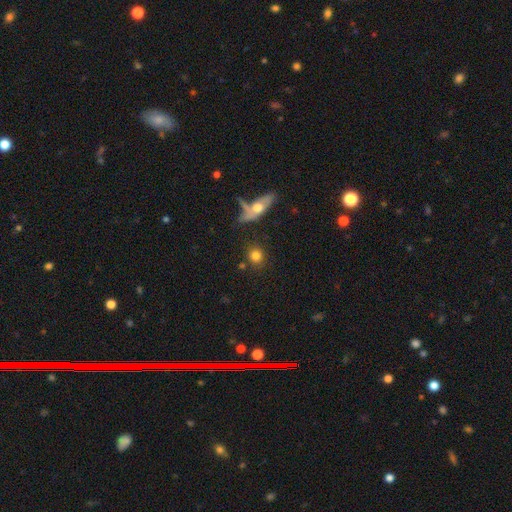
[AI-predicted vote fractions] smooth_or_featured: smooth (p=0.79) [alt: featured or disk p=0.11]
how_rounded: round (p=0.83) [alt: in between p=0.14]
merging: none (p=0.78) [alt: minor disturbance p=0.09]